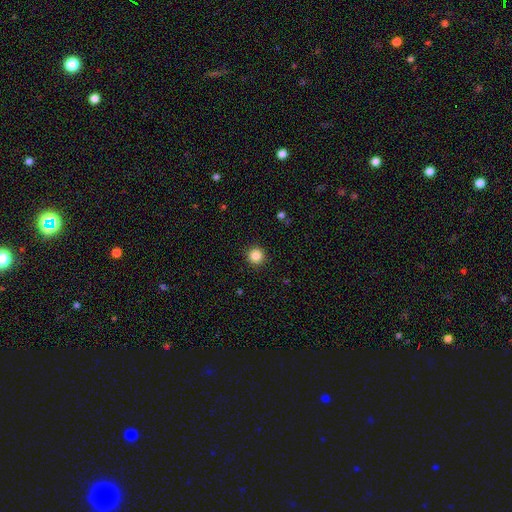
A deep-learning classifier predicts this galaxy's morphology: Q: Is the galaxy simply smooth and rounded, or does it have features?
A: smooth — 86%.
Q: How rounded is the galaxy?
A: round — 95%.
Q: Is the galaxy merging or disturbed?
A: none — 92%.